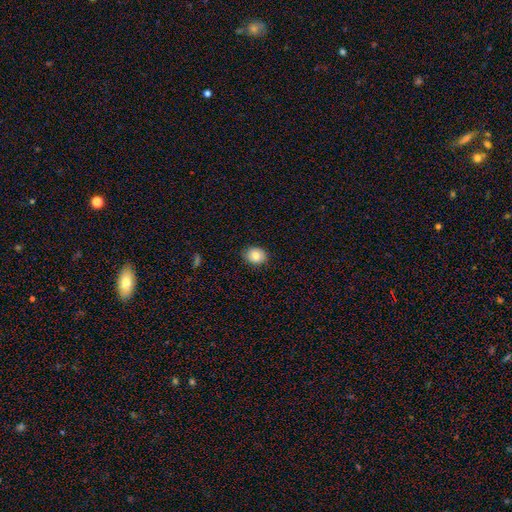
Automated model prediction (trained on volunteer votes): smooth_or_featured: smooth (p=0.82) [alt: featured or disk p=0.09]
how_rounded: round (p=0.51) [alt: in between p=0.48]
merging: none (p=0.86) [alt: minor disturbance p=0.11]